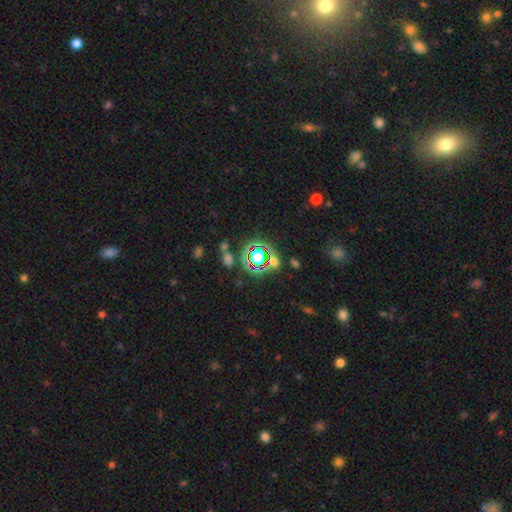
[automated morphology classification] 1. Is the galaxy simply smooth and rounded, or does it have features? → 63% star or artifact, 26% smooth, 12% featured or disk.